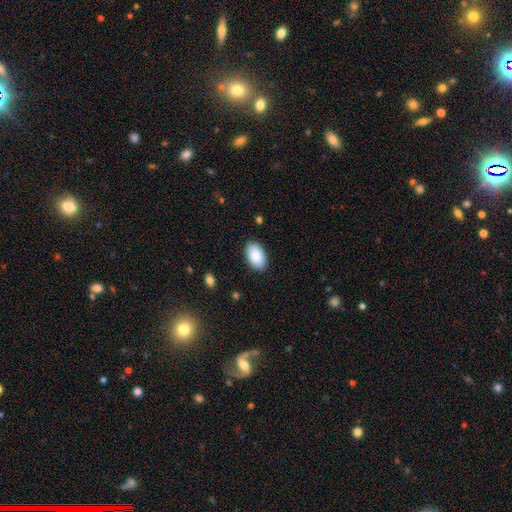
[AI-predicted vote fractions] smooth-or-featured: smooth: 89% | star or artifact: 6% | featured or disk: 5%
  how-rounded: in between: 95% | round: 4% | cigar-shaped: 1%
  merging: none: 88% | minor disturbance: 9% | major disturbance: 2% | merger: 1%